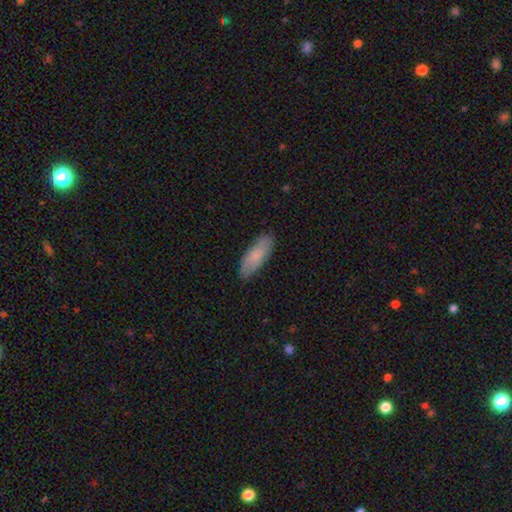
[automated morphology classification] A smooth galaxy with no disk features (80%) that is in between round and cigar-shaped (64%). Merging: none (84%).